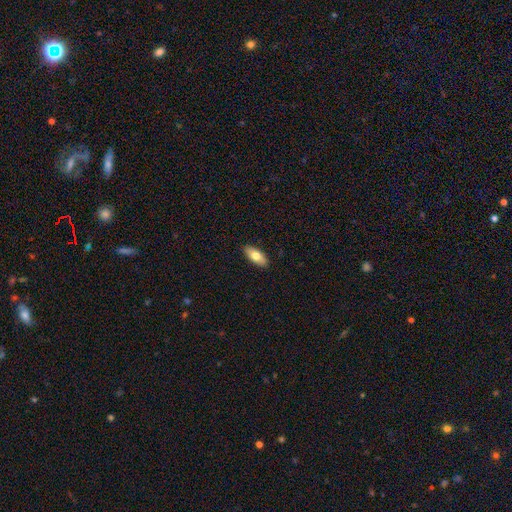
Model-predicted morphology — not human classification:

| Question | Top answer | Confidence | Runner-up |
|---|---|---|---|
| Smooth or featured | smooth | 75% | featured or disk (19%) |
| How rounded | in between | 87% | cigar-shaped (11%) |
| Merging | none | 90% | minor disturbance (8%) |